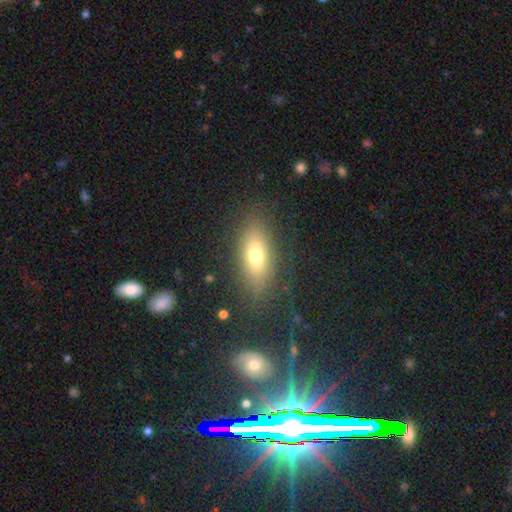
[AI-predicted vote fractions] This appears to be a smooth galaxy with no disk features (69%) that is in between round and cigar-shaped (74%). Merging: none (81%).